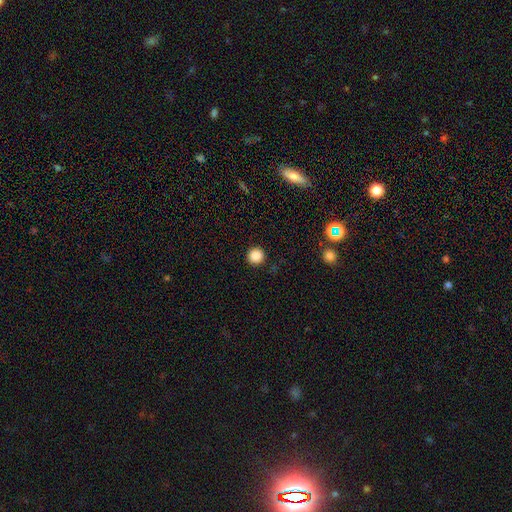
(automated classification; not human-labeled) Smooth or featured? Predicted: smooth (p=0.87). How rounded? Predicted: round (p=0.95). Merging? Predicted: none (p=0.92).